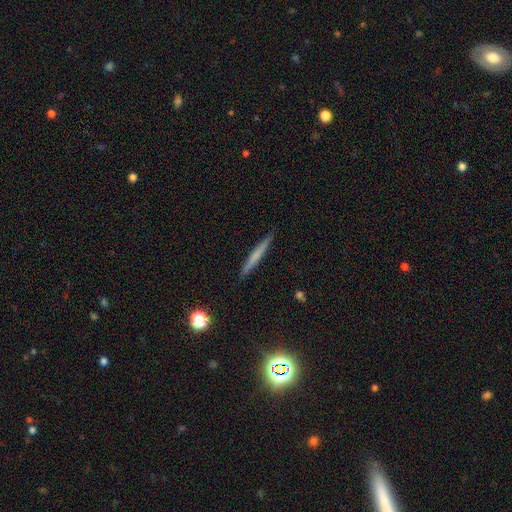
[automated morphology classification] type=smooth (55%); roundness=cigar-shaped (96%); merging=none (91%).